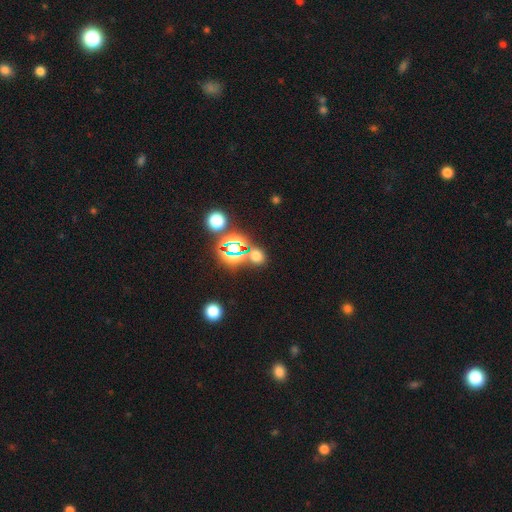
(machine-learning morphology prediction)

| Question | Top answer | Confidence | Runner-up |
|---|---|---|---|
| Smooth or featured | smooth | 52% | star or artifact (41%) |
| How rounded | round | 67% | in between (31%) |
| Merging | none | 75% | merger (11%) |